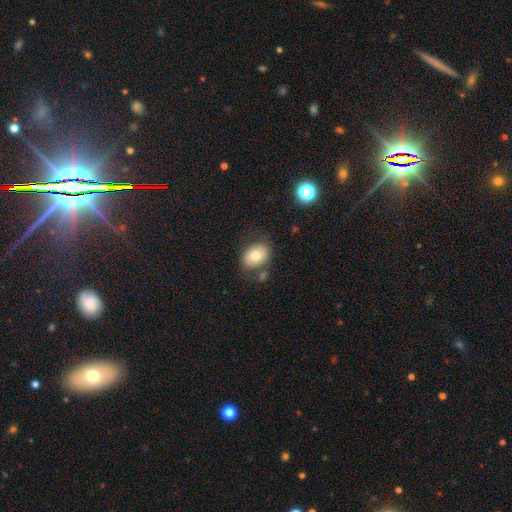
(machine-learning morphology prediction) Overall: smooth (72%). How rounded: in between (61%; round 38%). Merging: none (70%).